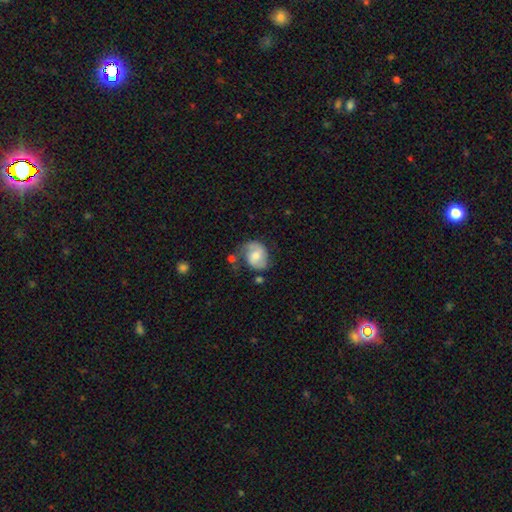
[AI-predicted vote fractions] Q: Smooth or featured?
A: featured or disk (49%); runner-up: smooth (44%)
Q: Merging?
A: none (50%); runner-up: minor disturbance (27%)